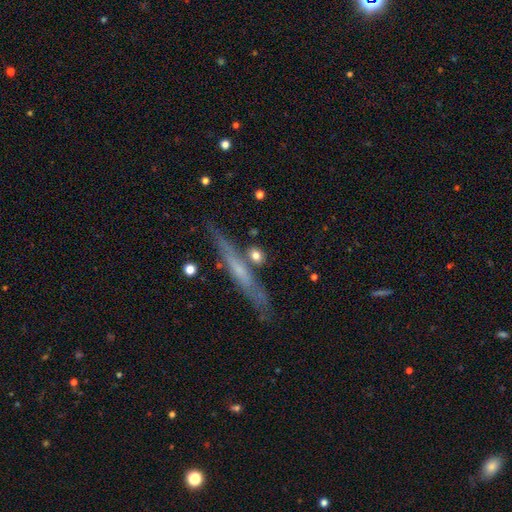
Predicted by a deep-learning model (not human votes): Smooth or featured? Predicted: smooth (p=0.65). How rounded? Predicted: cigar-shaped (p=0.39). Merging? Predicted: none (p=0.72).